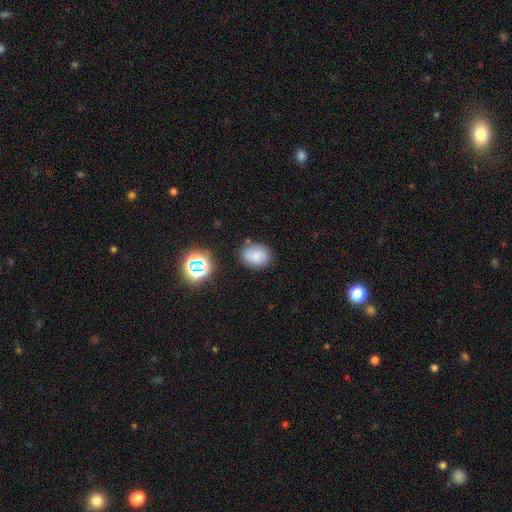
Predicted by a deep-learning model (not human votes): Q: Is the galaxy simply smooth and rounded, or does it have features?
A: smooth — 71%.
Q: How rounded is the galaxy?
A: in between — 59%.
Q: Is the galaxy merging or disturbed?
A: none — 75%.